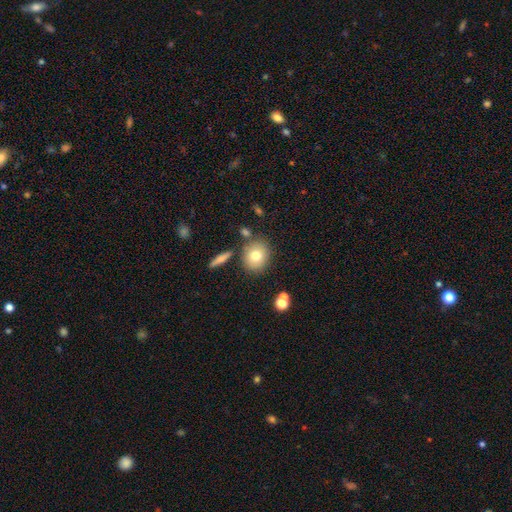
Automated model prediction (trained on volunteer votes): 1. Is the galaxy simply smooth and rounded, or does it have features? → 75% smooth, 15% featured or disk, 11% star or artifact.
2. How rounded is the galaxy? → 72% round, 26% in between, 1% cigar-shaped.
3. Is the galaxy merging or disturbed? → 79% none, 10% minor disturbance, 8% merger, 3% major disturbance.